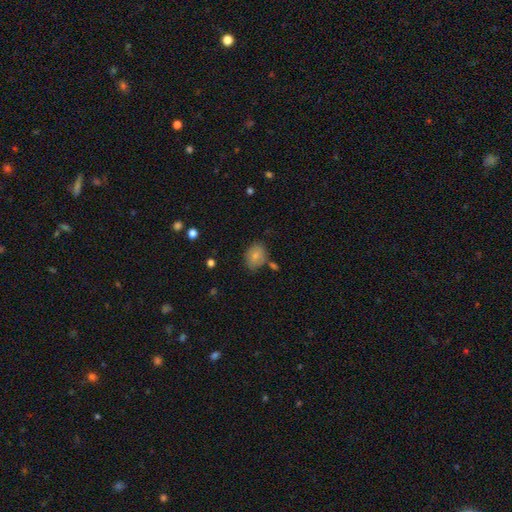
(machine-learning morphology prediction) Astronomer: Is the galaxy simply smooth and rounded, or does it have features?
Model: smooth — 79%.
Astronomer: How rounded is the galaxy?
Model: in between — 60% (runner-up: round, 39%).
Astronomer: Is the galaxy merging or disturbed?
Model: none — 70%.